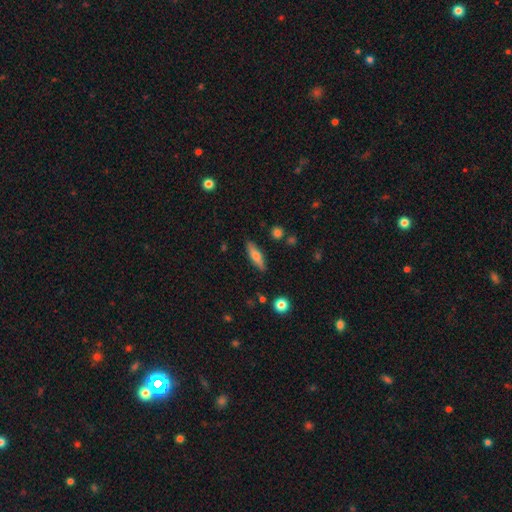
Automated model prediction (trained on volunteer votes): This is likely a smooth galaxy (62%). How rounded: likely cigar-shaped (62%). Merging: clearly none (86%).